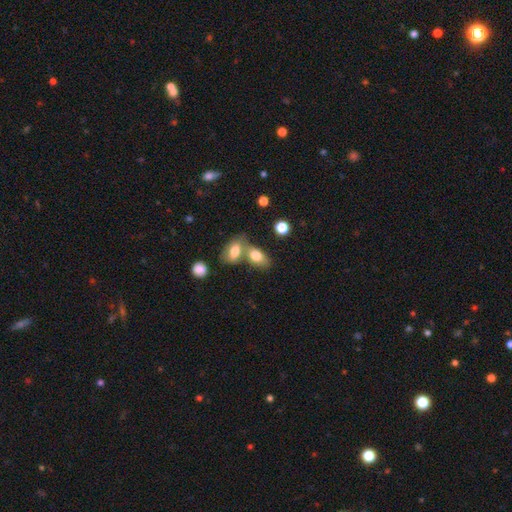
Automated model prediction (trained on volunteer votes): Q: Smooth or featured?
A: smooth (78%); runner-up: featured or disk (14%)
Q: How rounded?
A: in between (87%); runner-up: round (9%)
Q: Merging?
A: merger (50%); runner-up: none (37%)